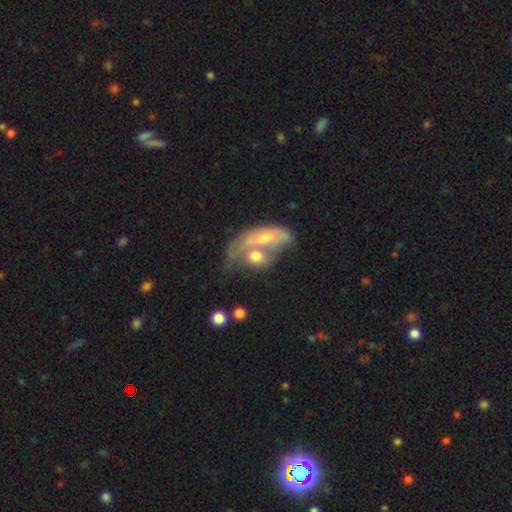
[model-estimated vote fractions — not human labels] smooth_or_featured: smooth (p=0.57) [alt: featured or disk p=0.35]
how_rounded: in between (p=0.69) [alt: round p=0.22]
merging: merger (p=0.63) [alt: none p=0.17]